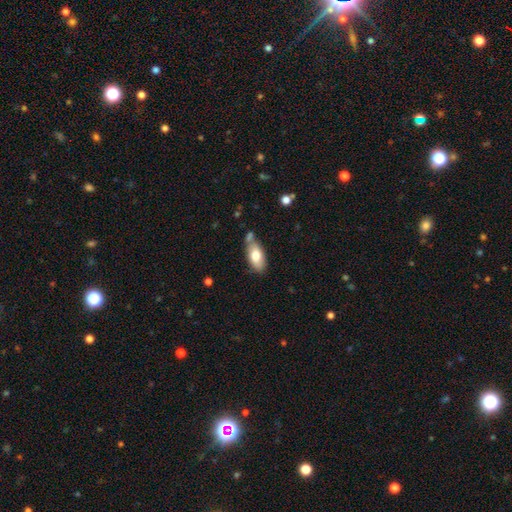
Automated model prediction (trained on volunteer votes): Smooth or featured? smooth (74%)
How rounded? in between (90%)
Merging? none (62%)